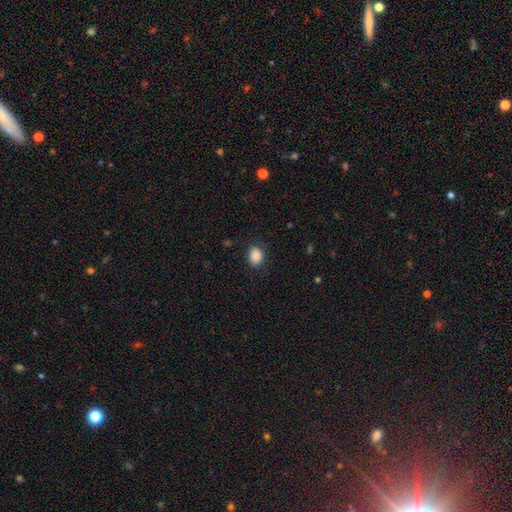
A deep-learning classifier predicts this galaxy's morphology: type=smooth (88%); roundness=in between (53%); merging=none (84%).